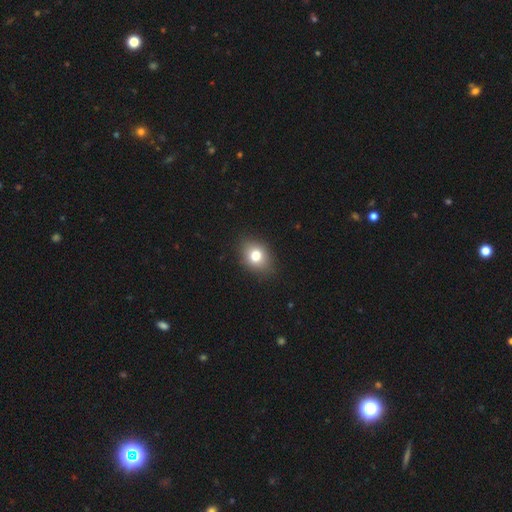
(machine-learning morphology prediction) Overall: smooth (76%). How rounded: in between (55%; round 44%). Merging: none (87%).